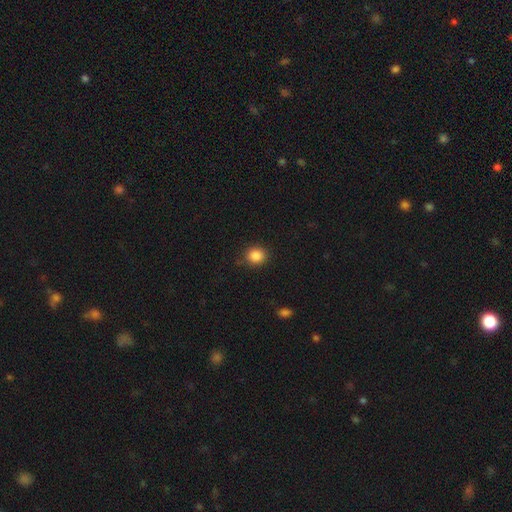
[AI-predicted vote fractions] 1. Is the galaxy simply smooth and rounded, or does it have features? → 87% smooth, 10% star or artifact, 4% featured or disk.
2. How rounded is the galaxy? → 79% round, 20% in between, 1% cigar-shaped.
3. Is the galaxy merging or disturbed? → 86% none, 10% minor disturbance, 3% major disturbance, 1% merger.